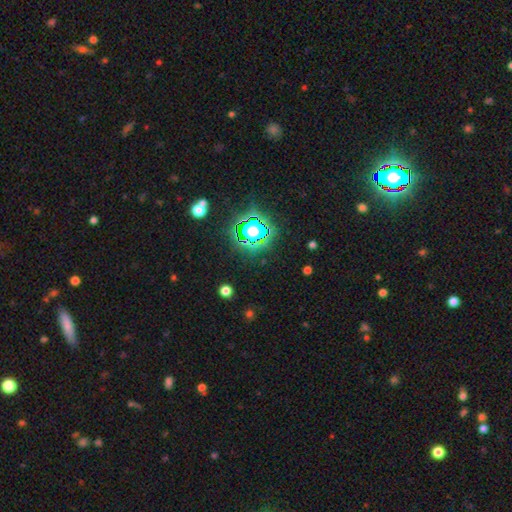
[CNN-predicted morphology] Smooth or featured? star or artifact (81%)